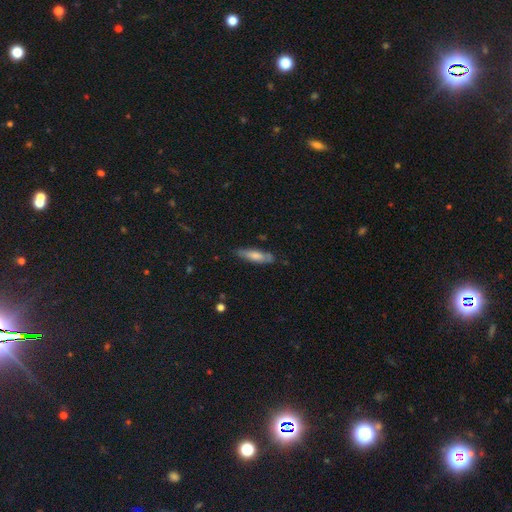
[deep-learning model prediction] The model was most divided on "how rounded": cigar-shaped: 63%, in between: 36%, round: 2%. More confident: merging — none (74%); smooth or featured — smooth (65%).